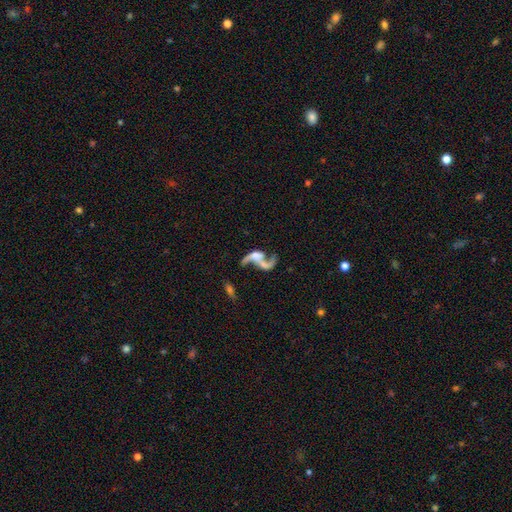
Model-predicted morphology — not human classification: The model was most divided on "bulge size": moderate: 35%, small: 30%, none: 25%, large: 9%, dominant: 2%. Remaining: edge-on disk — no (94%); spiral winding — loose (88%); spiral arms — yes (77%); smooth or featured — featured or disk (75%); spiral arm count — 2 (73%); bar — no (66%); merging — merger (44%).